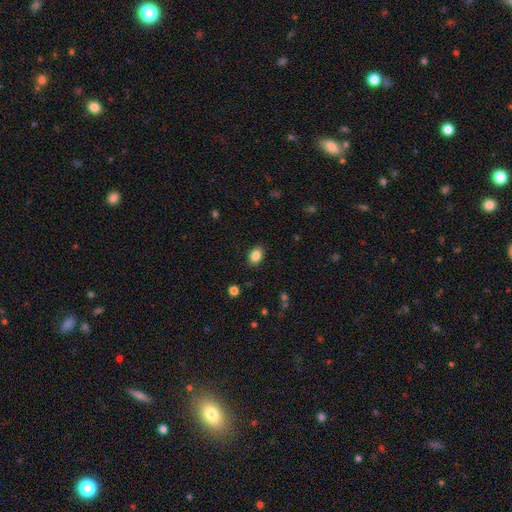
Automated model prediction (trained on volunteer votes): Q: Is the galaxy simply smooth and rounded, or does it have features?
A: smooth — 86%.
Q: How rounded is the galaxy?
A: in between — 78%.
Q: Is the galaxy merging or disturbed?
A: none — 88%.